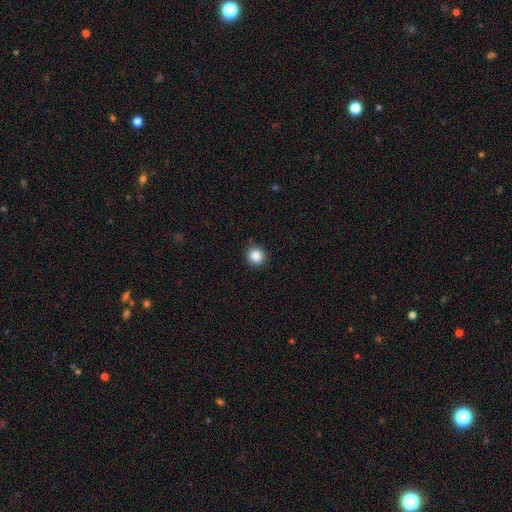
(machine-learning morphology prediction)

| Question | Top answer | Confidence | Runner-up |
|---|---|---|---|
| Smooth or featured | smooth | 86% | star or artifact (10%) |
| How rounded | round | 93% | in between (6%) |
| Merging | none | 90% | minor disturbance (7%) |